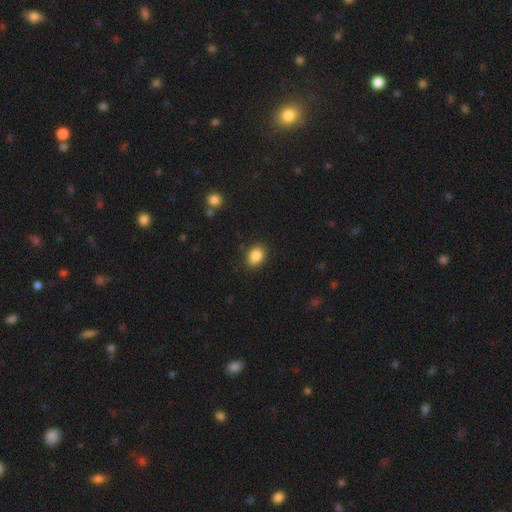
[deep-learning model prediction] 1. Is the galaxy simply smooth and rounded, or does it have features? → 86% smooth, 9% star or artifact, 5% featured or disk.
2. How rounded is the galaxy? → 65% in between, 34% round, 1% cigar-shaped.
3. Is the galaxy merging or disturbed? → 86% none, 10% minor disturbance, 3% major disturbance, 1% merger.